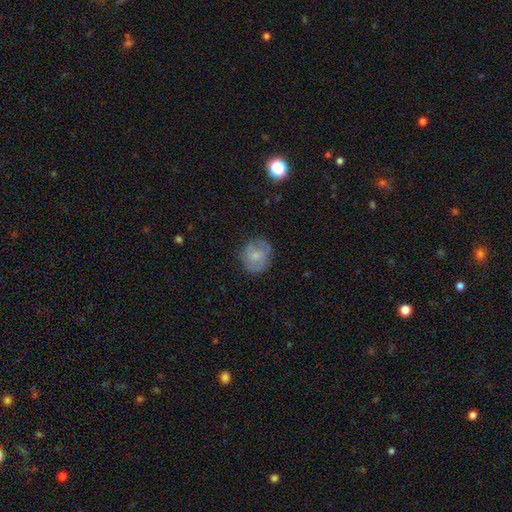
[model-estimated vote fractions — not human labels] This appears to be a smooth galaxy with no disk features (62%) that is round (76%). Merging: none (74%).